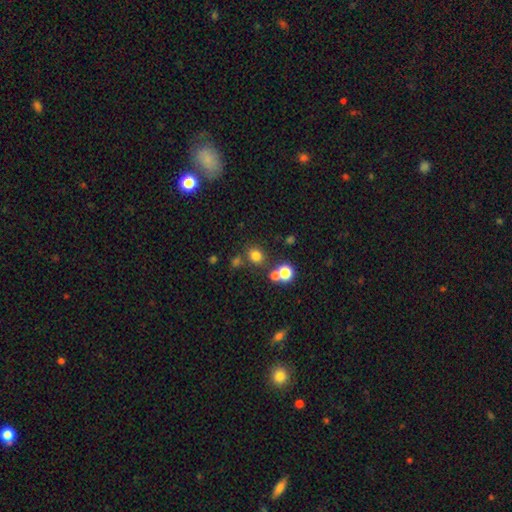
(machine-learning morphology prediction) Smooth or featured?
  - smooth: 74% *
  - star or artifact: 19%
  - featured or disk: 7%
How rounded?
  - round: 78% *
  - in between: 21%
  - cigar-shaped: 1%
Merging?
  - none: 74% *
  - merger: 13%
  - minor disturbance: 9%
  - major disturbance: 4%